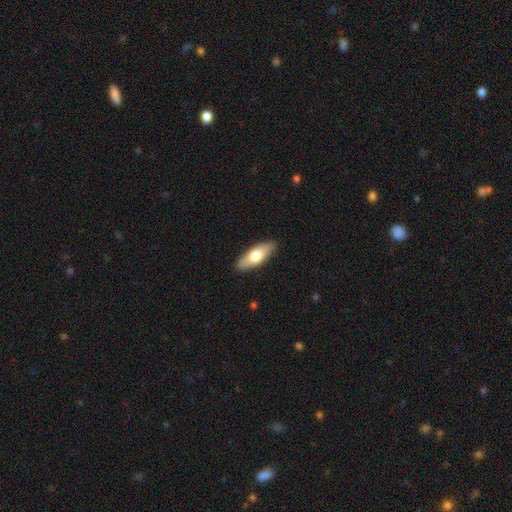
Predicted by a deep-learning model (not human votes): Q: Smooth or featured?
A: smooth (65%); runner-up: featured or disk (30%)
Q: How rounded?
A: in between (64%); runner-up: cigar-shaped (33%)
Q: Merging?
A: none (89%); runner-up: minor disturbance (9%)